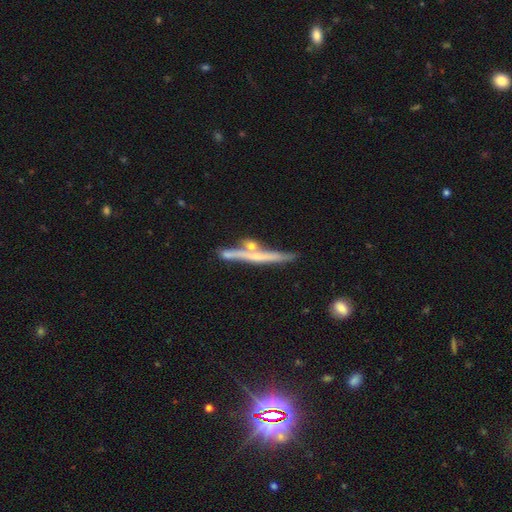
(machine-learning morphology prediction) Smooth or featured: featured or disk — 63% (smooth — 29%)
Edge-on disk: yes — 95% (no — 5%)
Edge-on bulge: none — 55% (rounded — 39%)
Merging: none — 68% (merger — 15%)